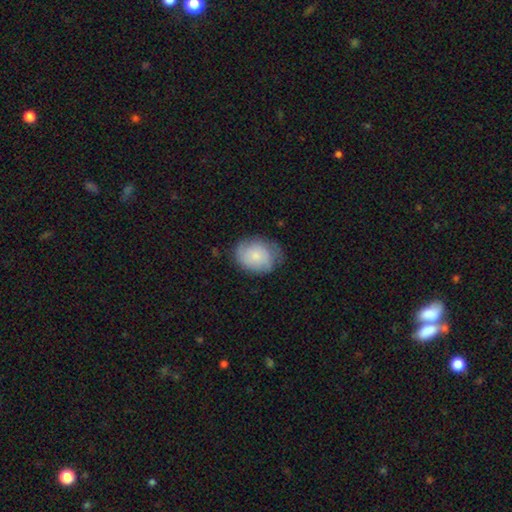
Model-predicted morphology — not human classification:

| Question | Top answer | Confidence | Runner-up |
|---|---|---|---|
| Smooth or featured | smooth | 71% | featured or disk (23%) |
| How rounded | in between | 55% | round (44%) |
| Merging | none | 63% | minor disturbance (28%) |